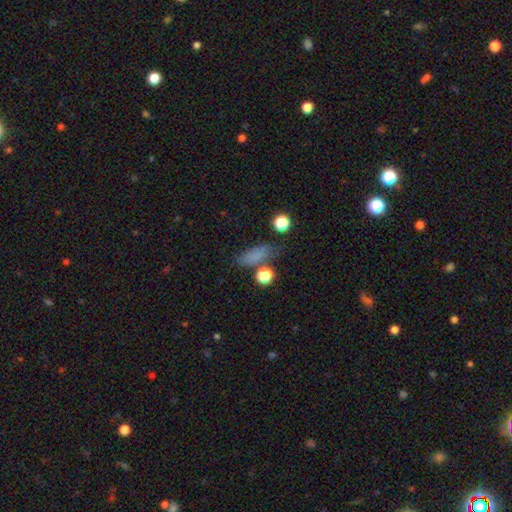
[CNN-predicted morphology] Smooth or featured?
  - smooth: 76% *
  - star or artifact: 15%
  - featured or disk: 9%
How rounded?
  - in between: 61% *
  - cigar-shaped: 29%
  - round: 11%
Merging?
  - none: 69% *
  - minor disturbance: 17%
  - merger: 8%
  - major disturbance: 7%